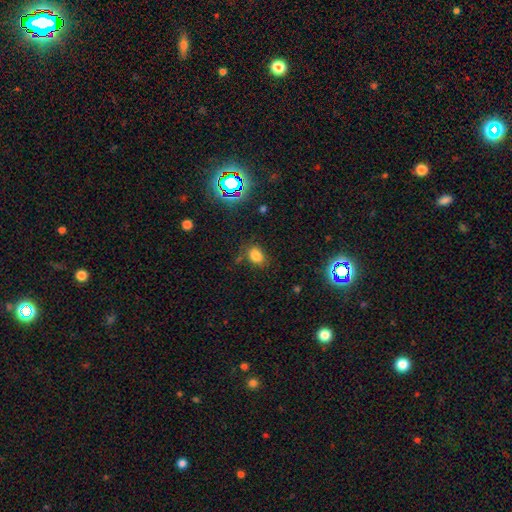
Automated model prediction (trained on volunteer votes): Smooth or featured?
  - smooth: 75% *
  - star or artifact: 18%
  - featured or disk: 7%
How rounded?
  - in between: 66% *
  - round: 33%
  - cigar-shaped: 1%
Merging?
  - none: 71% *
  - minor disturbance: 18%
  - major disturbance: 7%
  - merger: 3%